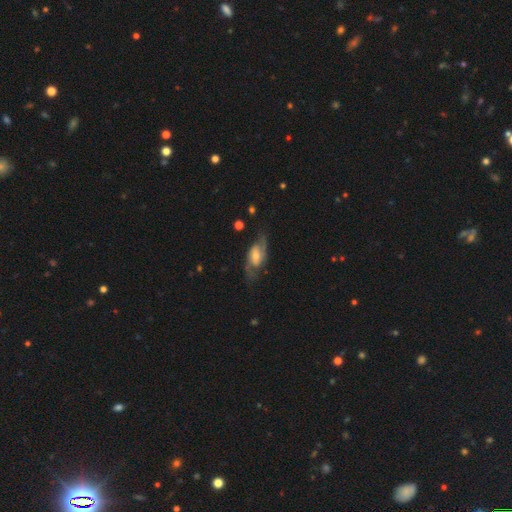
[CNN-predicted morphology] A featured or disk galaxy (76%) with no bar (46%), 2 (85%) medium (46%) spiral arms (89%) and a moderate central bulge (52%). Merging: none (69%).